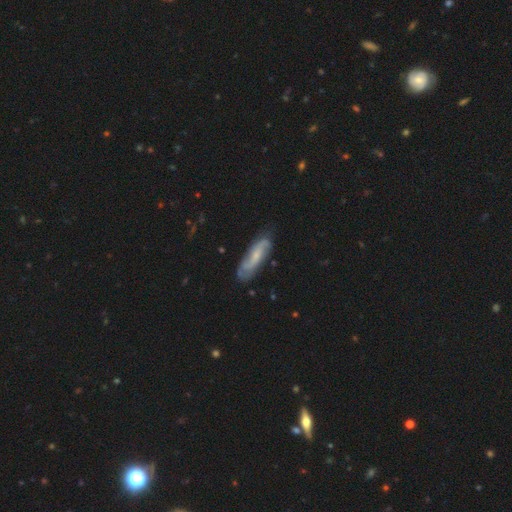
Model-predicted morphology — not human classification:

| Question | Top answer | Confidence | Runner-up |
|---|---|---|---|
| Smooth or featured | featured or disk | 70% | smooth (24%) |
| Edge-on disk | no | 83% | yes (17%) |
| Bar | no | 48% | weak (41%) |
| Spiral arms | yes | 92% | no (8%) |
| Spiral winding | medium | 42% | loose (35%) |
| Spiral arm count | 2 | 76% | can't tell (15%) |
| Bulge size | small | 59% | moderate (27%) |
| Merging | none | 76% | minor disturbance (17%) |